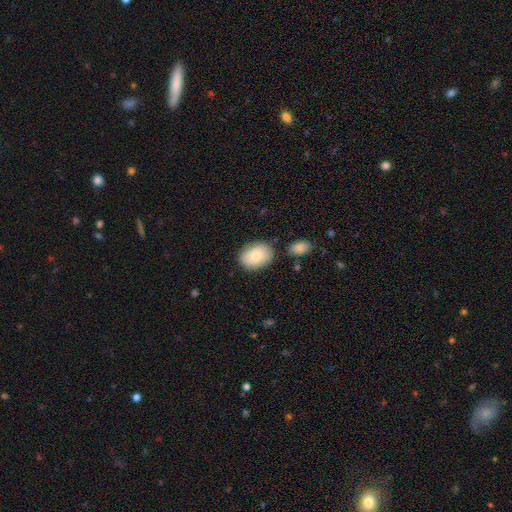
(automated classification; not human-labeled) Overall: smooth (81%). How rounded: in between (79%). Merging: none (77%).